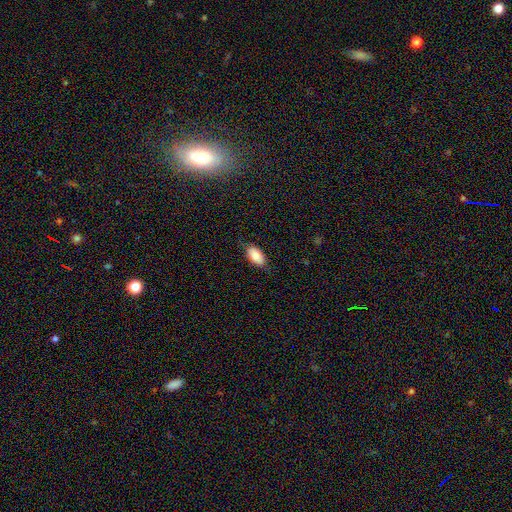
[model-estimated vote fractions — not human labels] Overall: smooth (84%). How rounded: in between (94%). Merging: none (77%).